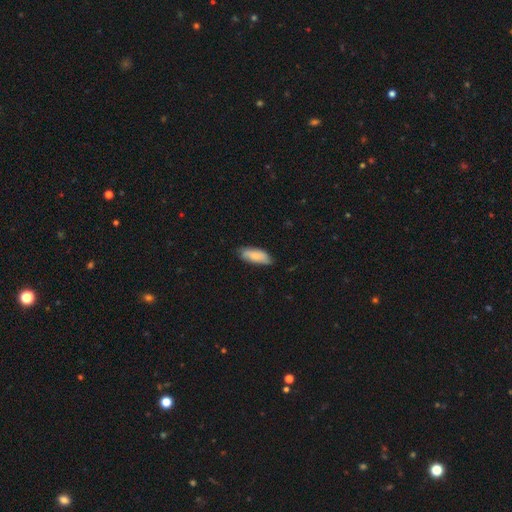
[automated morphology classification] type=smooth (79%); roundness=in between (74%); merging=none (75%).